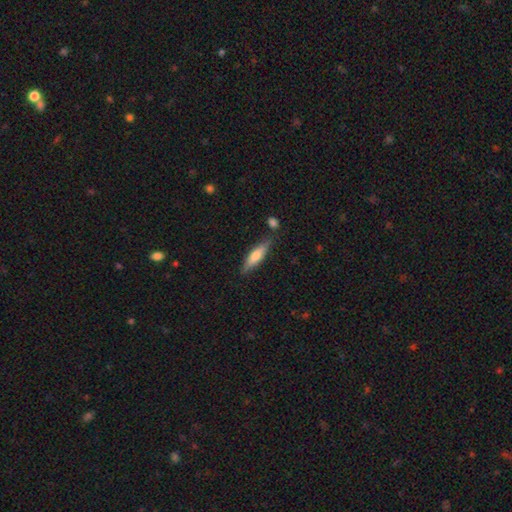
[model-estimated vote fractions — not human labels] Morphology: type=smooth (63%); roundness=cigar-shaped (69%); merging=none (78%).